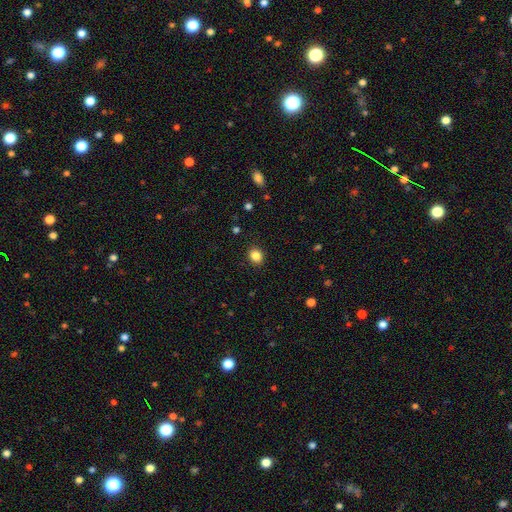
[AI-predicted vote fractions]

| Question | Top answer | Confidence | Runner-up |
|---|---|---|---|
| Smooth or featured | smooth | 85% | star or artifact (11%) |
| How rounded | round | 62% | in between (37%) |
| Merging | none | 90% | minor disturbance (7%) |